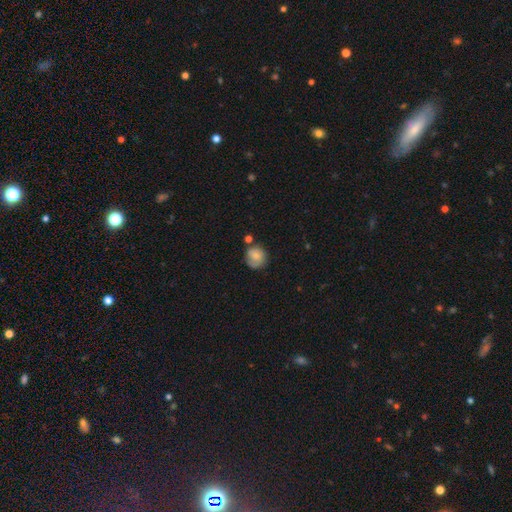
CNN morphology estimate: smooth 68%, featured or disk 23%, star or artifact 8%. Down the decision tree: how rounded — round (84%); merging — none (63%).